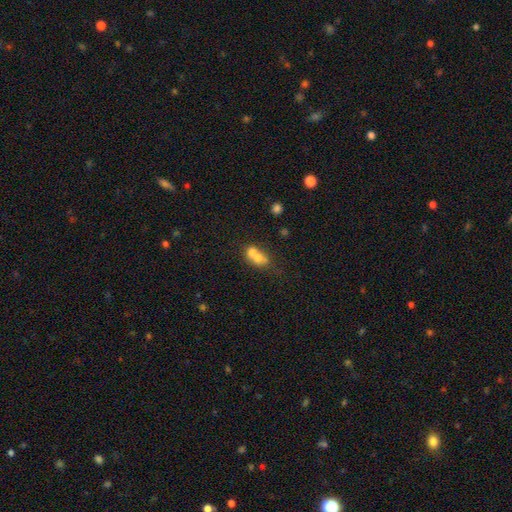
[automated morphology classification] smooth_or_featured: smooth (p=0.65) [alt: featured or disk p=0.24]
how_rounded: round (p=0.53) [alt: in between p=0.44]
merging: merger (p=0.69) [alt: none p=0.21]